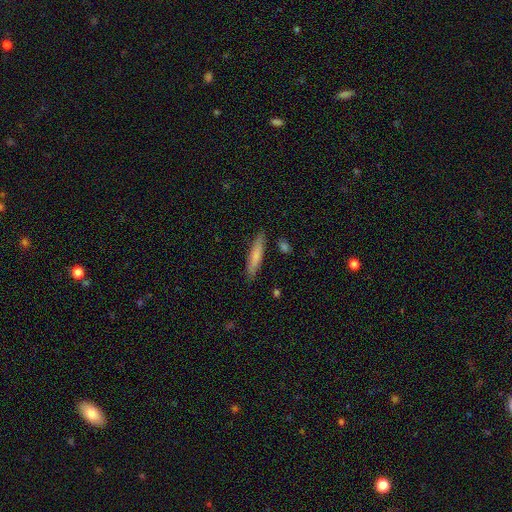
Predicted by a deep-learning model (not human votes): Smooth or featured: smooth — 74% (featured or disk — 20%)
How rounded: cigar-shaped — 88% (in between — 10%)
Merging: none — 87% (minor disturbance — 9%)